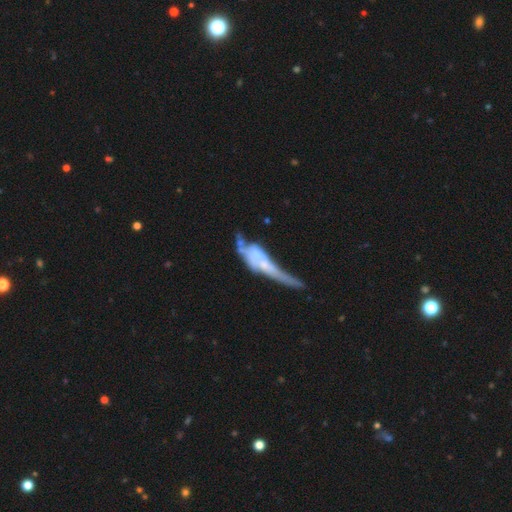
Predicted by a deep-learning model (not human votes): Morphology: type=featured or disk (56%); edge-on=no (59%); merging=major disturbance (38%).